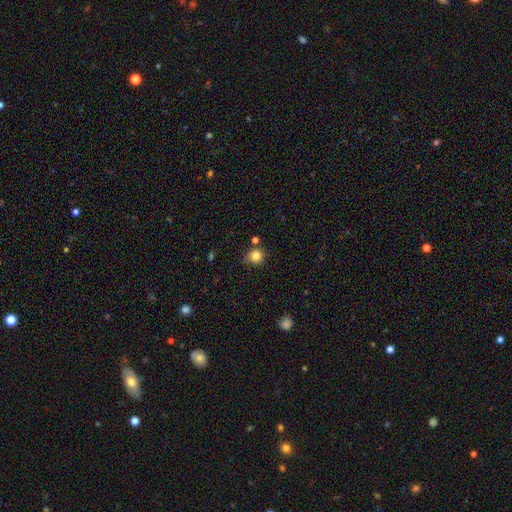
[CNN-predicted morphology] smooth 83%, star or artifact 12%, featured or disk 6%. Down the decision tree: how rounded — round (87%); merging — none (69%).